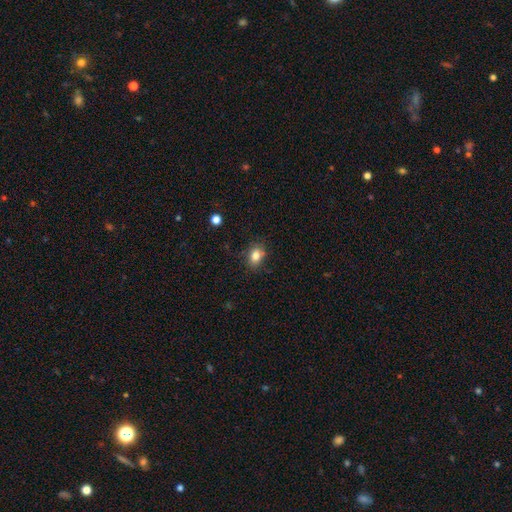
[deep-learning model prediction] This appears to be a smooth galaxy with no disk features (82%) that is in between round and cigar-shaped (64%). Merging: none (80%).